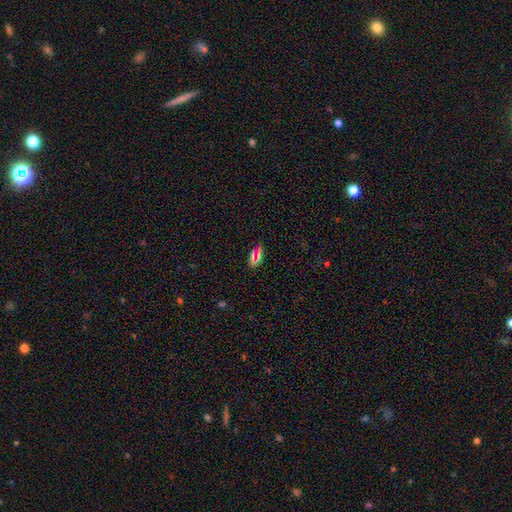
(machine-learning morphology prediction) The model was most divided on "smooth or featured": smooth: 60%, star or artifact: 29%, featured or disk: 12%. More confident: how rounded — in between (81%); merging — none (77%).